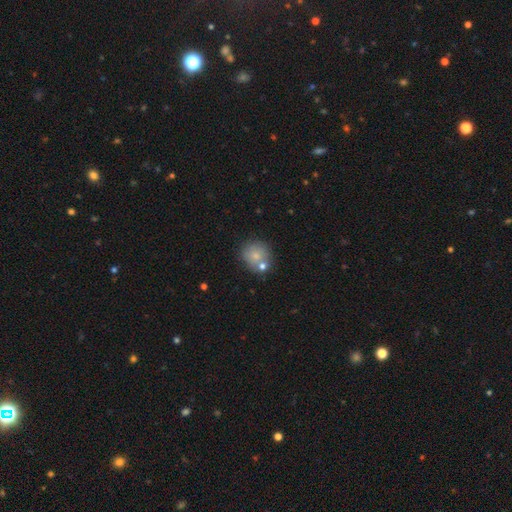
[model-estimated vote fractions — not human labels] smooth-or-featured: smooth: 76% | featured or disk: 15% | star or artifact: 9%
  how-rounded: round: 86% | in between: 13% | cigar-shaped: 1%
  merging: none: 61% | merger: 20% | minor disturbance: 14% | major disturbance: 5%